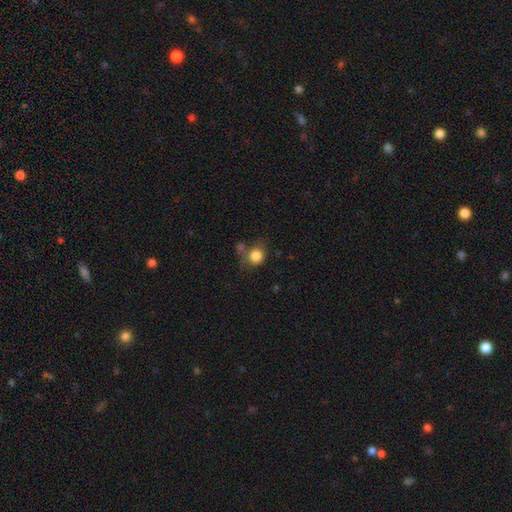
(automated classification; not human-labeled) Smooth or featured? Predicted: smooth (p=0.83). How rounded? Predicted: round (p=0.77). Merging? Predicted: none (p=0.54).